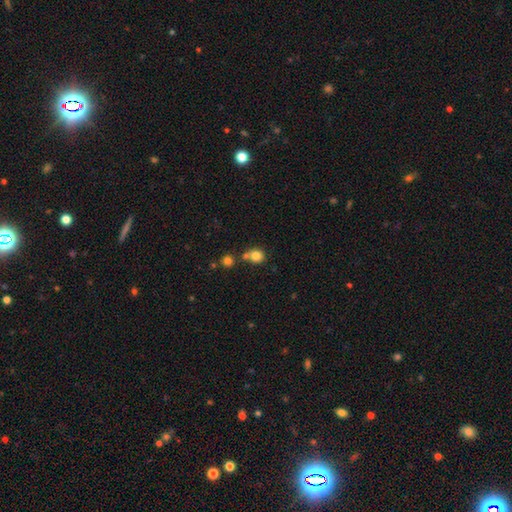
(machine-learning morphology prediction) type=smooth (81%); roundness=round (83%); merging=none (58%).